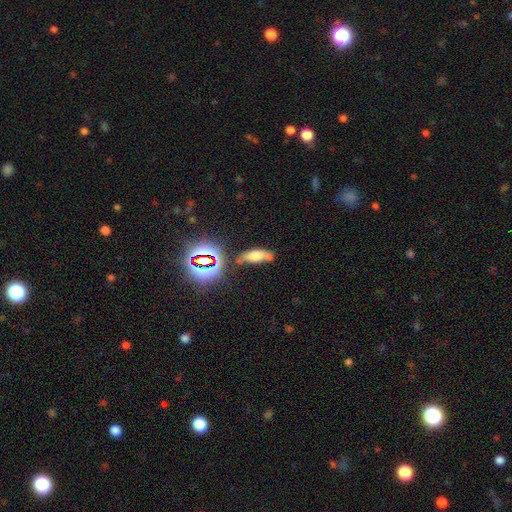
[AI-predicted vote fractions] Smooth or featured: smooth — 59% (star or artifact — 21%)
How rounded: in between — 65% (cigar-shaped — 29%)
Merging: none — 53% (minor disturbance — 22%)